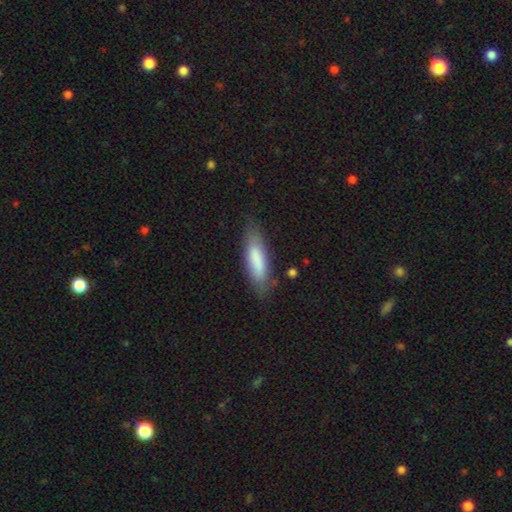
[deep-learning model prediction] This is likely a smooth galaxy (79%). How rounded: possibly cigar-shaped (58%). Merging: likely none (76%).